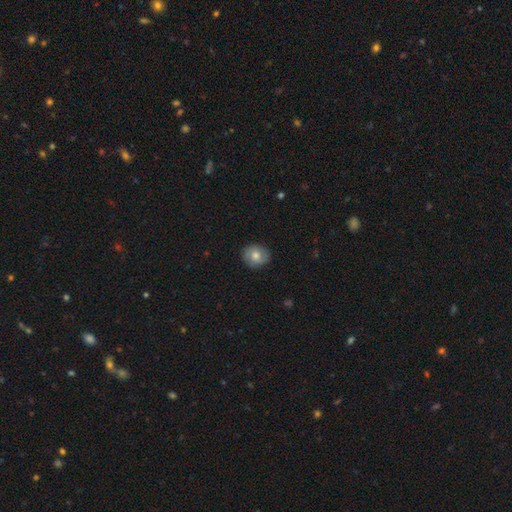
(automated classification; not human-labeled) This appears to be a smooth galaxy with no disk features (68%) that is round (70%). Merging: none (85%).